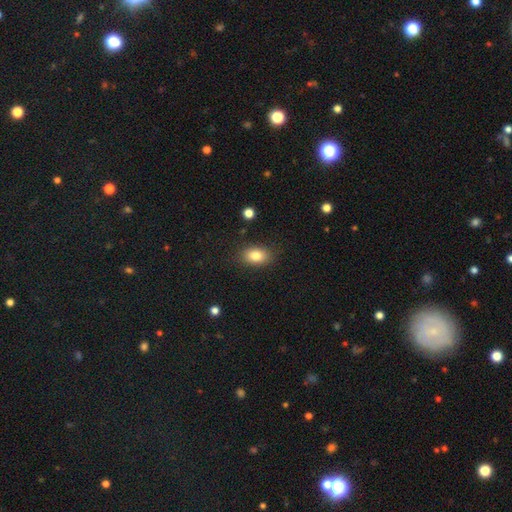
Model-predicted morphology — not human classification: The model was most divided on "how rounded": in between: 83%, round: 16%, cigar-shaped: 2%. More confident: merging — none (84%); smooth or featured — smooth (82%).